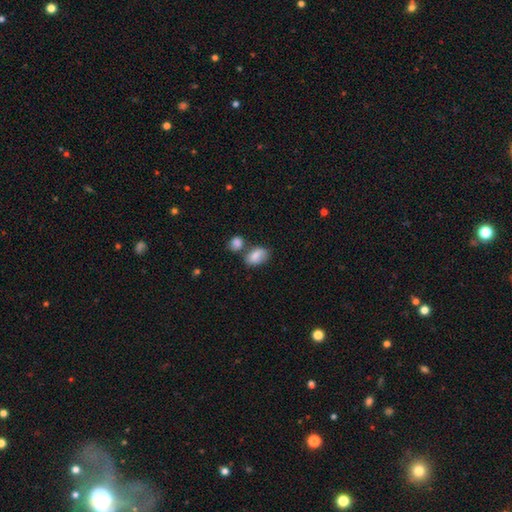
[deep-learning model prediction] smooth-or-featured: smooth: 80% | featured or disk: 12% | star or artifact: 8%
  how-rounded: in between: 85% | round: 14% | cigar-shaped: 2%
  merging: none: 50% | merger: 26% | minor disturbance: 18% | major disturbance: 6%